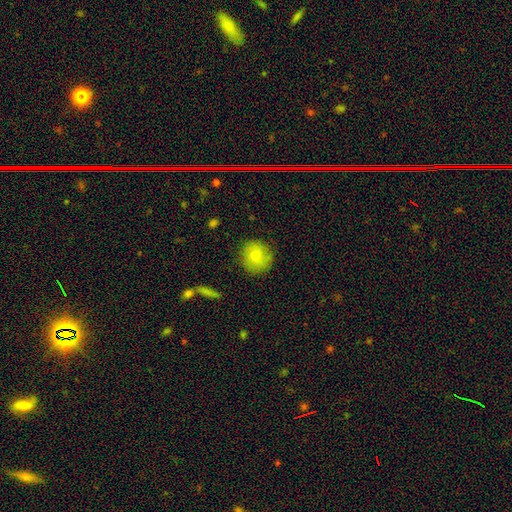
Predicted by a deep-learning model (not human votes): Smooth or featured: smooth — 82% (featured or disk — 11%)
How rounded: round — 92% (in between — 7%)
Merging: none — 85% (minor disturbance — 11%)